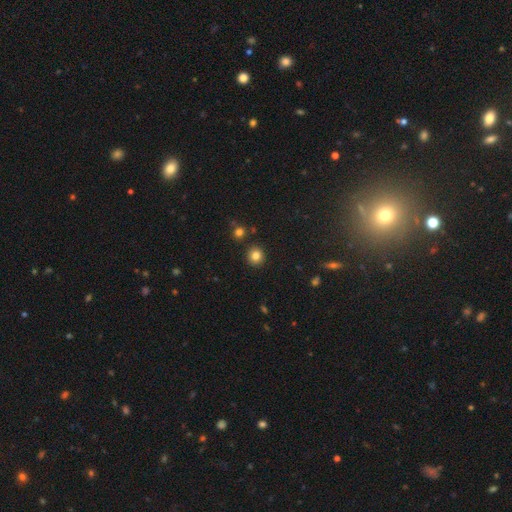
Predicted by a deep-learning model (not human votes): smooth-or-featured: smooth: 82% | star or artifact: 12% | featured or disk: 6%
  how-rounded: round: 90% | in between: 9% | cigar-shaped: 1%
  merging: none: 89% | minor disturbance: 6% | merger: 3% | major disturbance: 2%